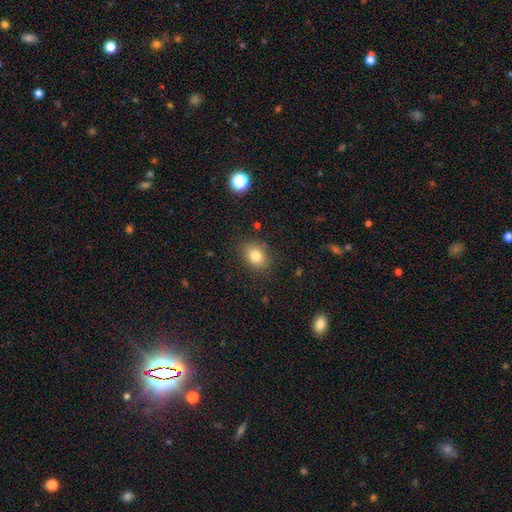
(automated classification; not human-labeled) smooth_or_featured: smooth (p=0.80) [alt: star or artifact p=0.11]
how_rounded: in between (p=0.58) [alt: round p=0.41]
merging: none (p=0.84) [alt: minor disturbance p=0.11]